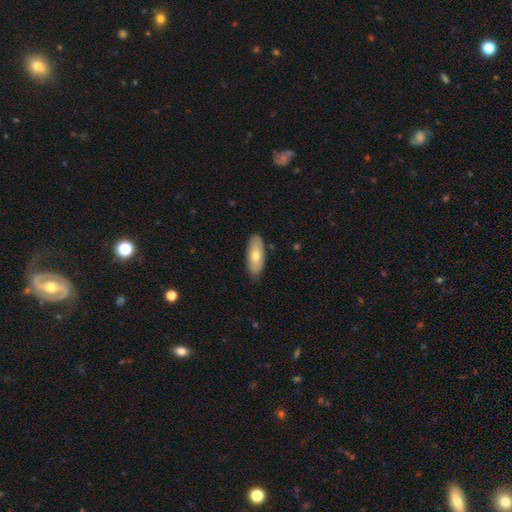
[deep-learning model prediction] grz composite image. It shows a smooth galaxy with no disk features (61%) that is in between round and cigar-shaped (80%). Merging: none (87%).